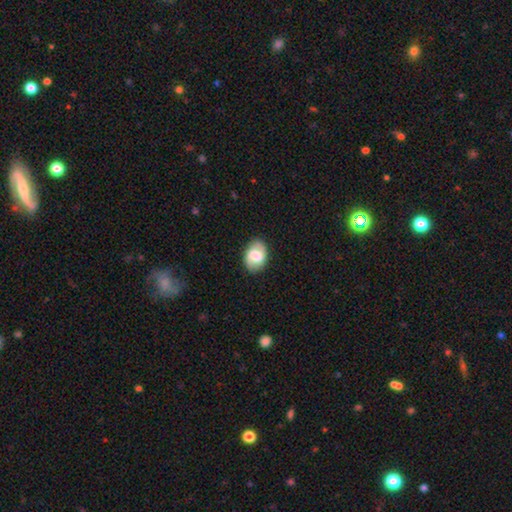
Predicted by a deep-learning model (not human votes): A smooth galaxy with no disk features (47%). Merging: none (84%).